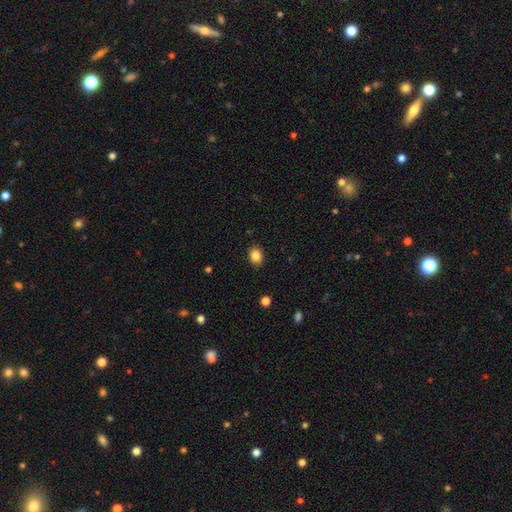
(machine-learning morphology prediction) smooth 86%, star or artifact 10%, featured or disk 5%. Down the decision tree: how rounded — round (50%); merging — none (89%).